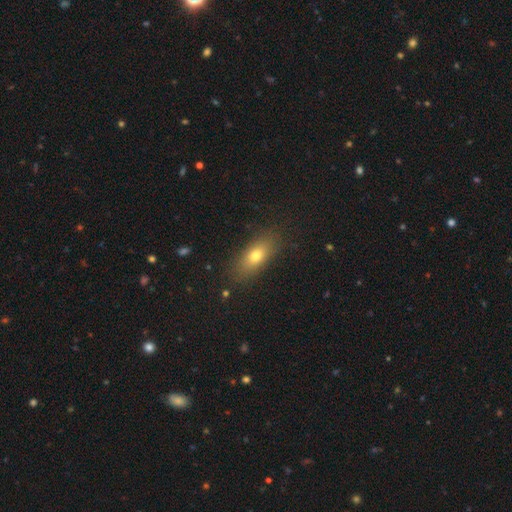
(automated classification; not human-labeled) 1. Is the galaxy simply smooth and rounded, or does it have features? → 71% smooth, 18% featured or disk, 11% star or artifact.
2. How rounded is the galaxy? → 72% in between, 21% cigar-shaped, 7% round.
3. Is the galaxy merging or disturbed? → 85% none, 11% minor disturbance, 3% major disturbance, 1% merger.